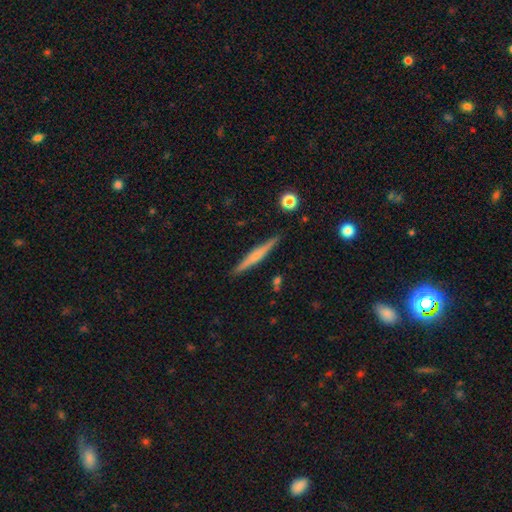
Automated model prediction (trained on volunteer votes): Smooth or featured? featured or disk (56%)
Edge-on disk? yes (98%)
Edge-on bulge? rounded (56%)
Merging? none (90%)